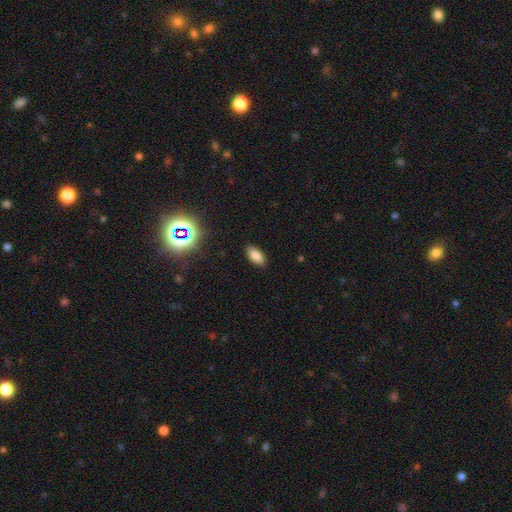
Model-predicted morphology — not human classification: A smooth galaxy with no disk features (81%) that is in between round and cigar-shaped (91%). Merging: none (88%).